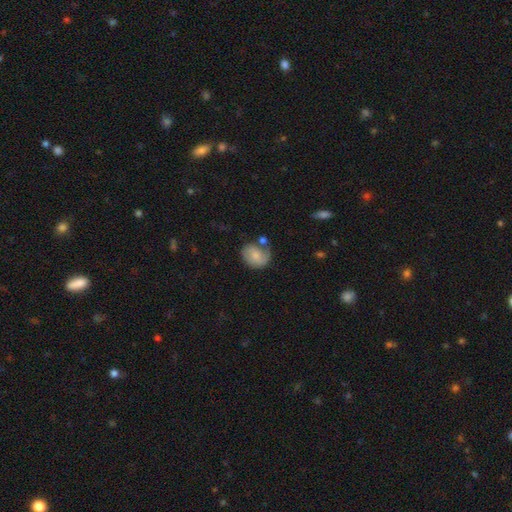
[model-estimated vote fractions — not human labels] Smooth or featured?
  - smooth: 54% *
  - featured or disk: 38%
  - star or artifact: 8%
How rounded?
  - round: 61% *
  - in between: 38%
  - cigar-shaped: 1%
Merging?
  - none: 50% *
  - minor disturbance: 24%
  - merger: 15%
  - major disturbance: 11%